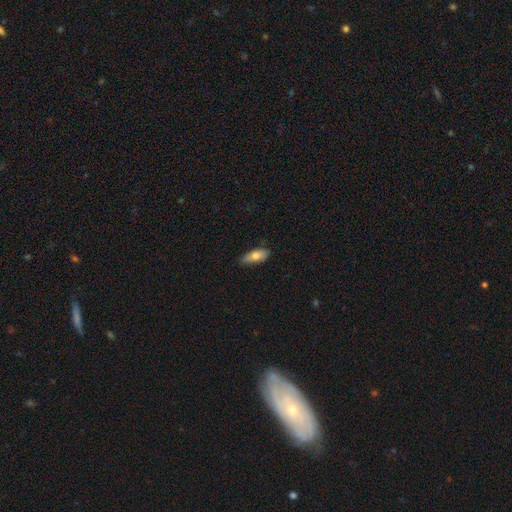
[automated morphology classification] Q: Smooth or featured?
A: smooth (74%); runner-up: featured or disk (19%)
Q: How rounded?
A: in between (74%); runner-up: cigar-shaped (24%)
Q: Merging?
A: none (78%); runner-up: minor disturbance (18%)